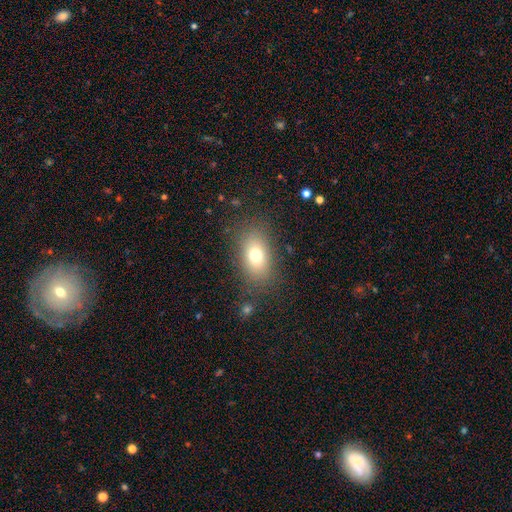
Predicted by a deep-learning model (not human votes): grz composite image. It shows a smooth galaxy with no disk features (73%) that is in between round and cigar-shaped (82%). Merging: none (82%).